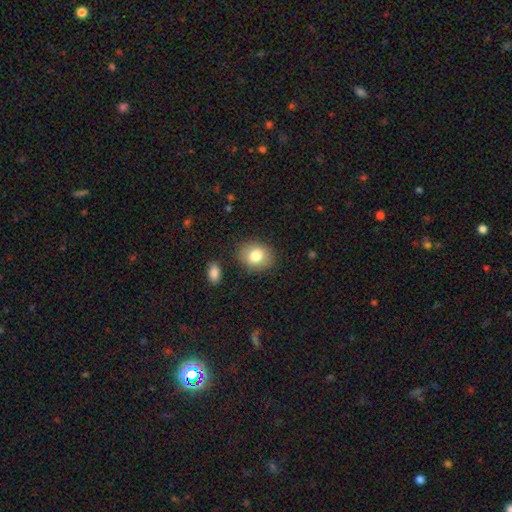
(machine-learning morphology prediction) Smooth or featured? smooth (80%)
How rounded? round (50%)
Merging? none (85%)